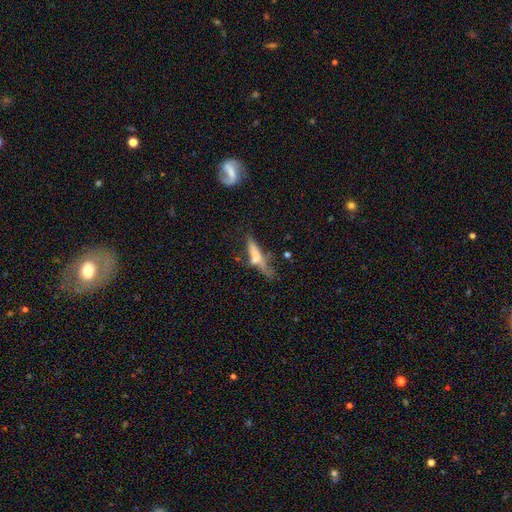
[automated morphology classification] Smooth or featured?
  - smooth: 54% *
  - featured or disk: 36%
  - star or artifact: 10%
How rounded?
  - cigar-shaped: 74% *
  - in between: 23%
  - round: 3%
Merging?
  - none: 35% *
  - major disturbance: 24%
  - minor disturbance: 23%
  - merger: 17%